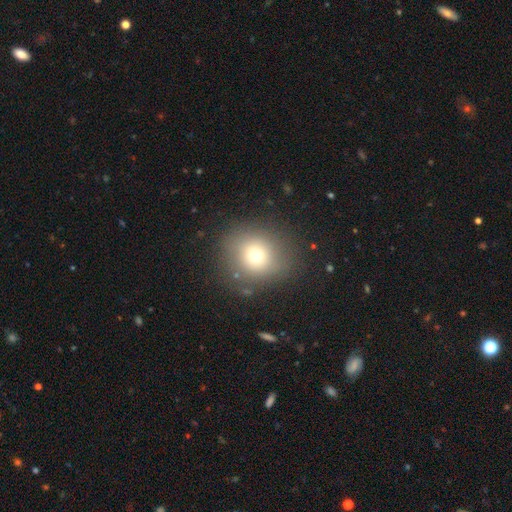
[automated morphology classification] Smooth or featured? smooth (70%)
How rounded? round (85%)
Merging? none (83%)